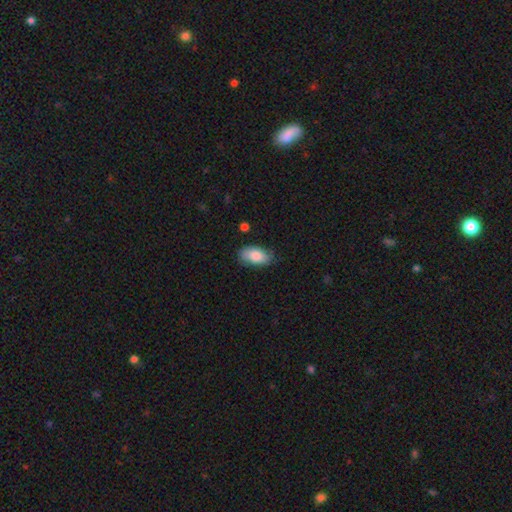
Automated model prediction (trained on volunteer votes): smooth_or_featured: smooth (p=0.83) [alt: featured or disk p=0.11]
how_rounded: in between (p=0.93) [alt: round p=0.04]
merging: none (p=0.76) [alt: minor disturbance p=0.19]